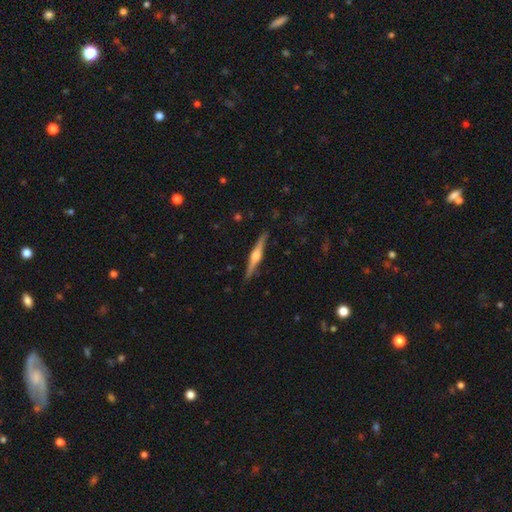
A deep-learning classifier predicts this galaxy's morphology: featured or disk 76%, smooth 19%, star or artifact 5%. Down the decision tree: edge-on disk — yes (98%); edge-on bulge — rounded (88%); merging — none (90%).